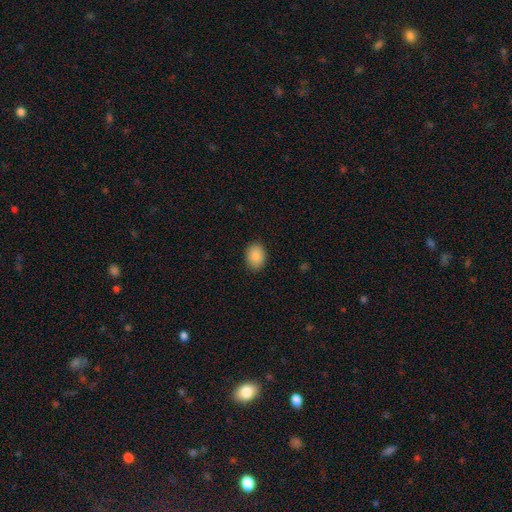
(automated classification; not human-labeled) smooth 89%, star or artifact 7%, featured or disk 4%. Down the decision tree: how rounded — in between (76%); merging — none (88%).